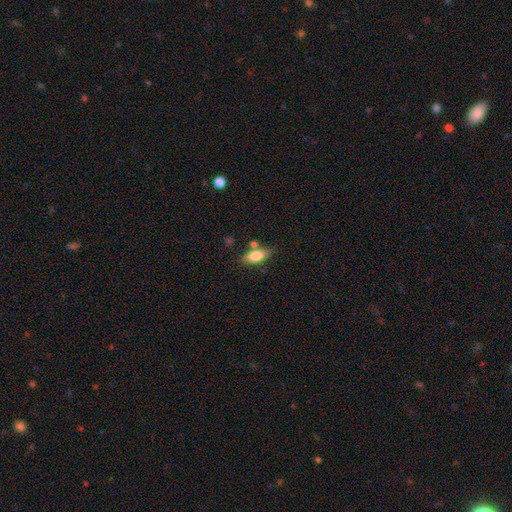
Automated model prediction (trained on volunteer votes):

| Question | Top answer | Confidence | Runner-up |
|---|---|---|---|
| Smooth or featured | smooth | 81% | featured or disk (12%) |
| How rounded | in between | 82% | cigar-shaped (14%) |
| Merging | none | 69% | minor disturbance (16%) |